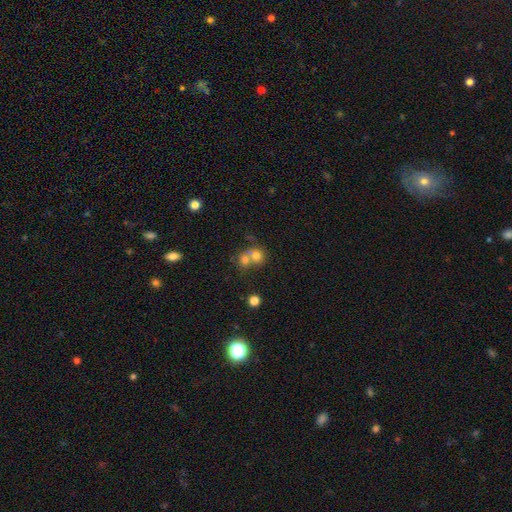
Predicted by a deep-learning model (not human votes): Smooth or featured? Predicted: smooth (p=0.71). How rounded? Predicted: round (p=0.75). Merging? Predicted: merger (p=0.60).